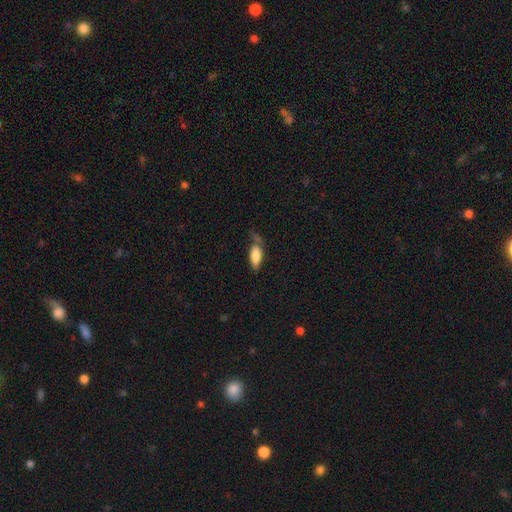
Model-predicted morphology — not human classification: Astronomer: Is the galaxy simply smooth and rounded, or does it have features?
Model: smooth — 81%.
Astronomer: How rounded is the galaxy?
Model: in between — 82%.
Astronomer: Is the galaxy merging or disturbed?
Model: none — 44% (runner-up: minor disturbance, 33%).